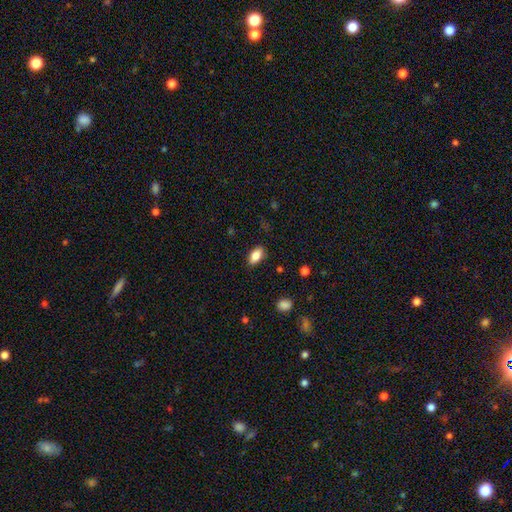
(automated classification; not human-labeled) A smooth galaxy with no disk features (85%) that is in between round and cigar-shaped (91%).

Vote fractions:
- Smooth or featured? smooth: 85% / star or artifact: 8% / featured or disk: 7%
- How rounded? in between: 91% / round: 5% / cigar-shaped: 4%
- Merging? none: 86% / minor disturbance: 11% / major disturbance: 2% / merger: 1%